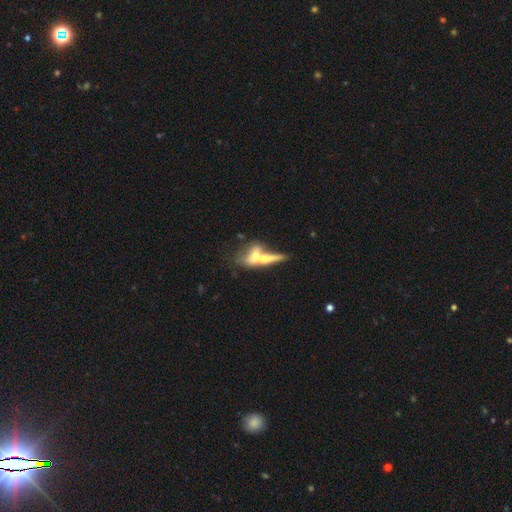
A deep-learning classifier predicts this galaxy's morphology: Smooth or featured? Predicted: smooth (p=0.46, tied with featured or disk). Merging? Predicted: merger (p=0.62).